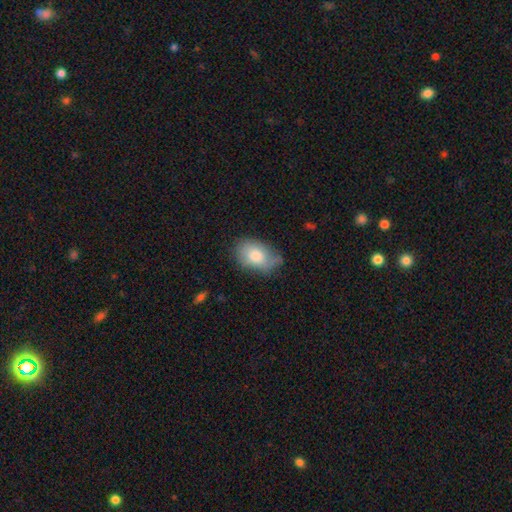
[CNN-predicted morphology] A smooth galaxy with no disk features (76%) that is in between round and cigar-shaped (86%). Merging: none (60%).